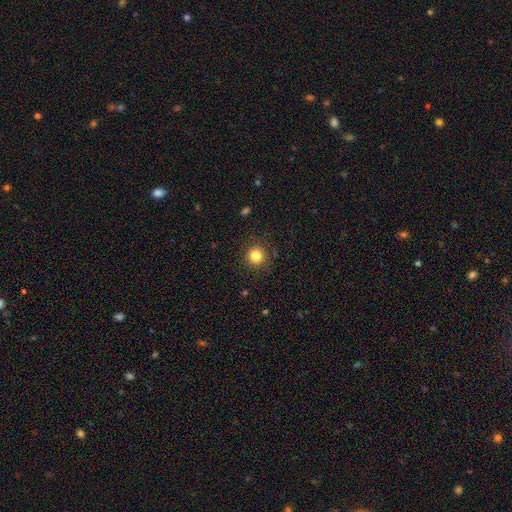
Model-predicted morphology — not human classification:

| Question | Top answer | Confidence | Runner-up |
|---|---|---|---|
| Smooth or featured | smooth | 82% | star or artifact (12%) |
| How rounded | round | 94% | in between (5%) |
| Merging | none | 89% | minor disturbance (7%) |